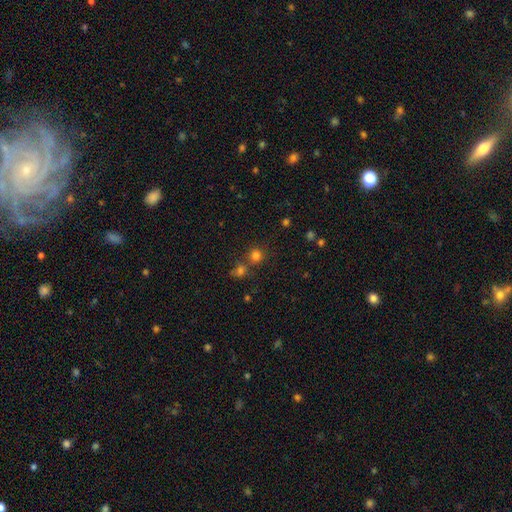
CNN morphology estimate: type=smooth (76%); roundness=round (87%); merging=none (63%).